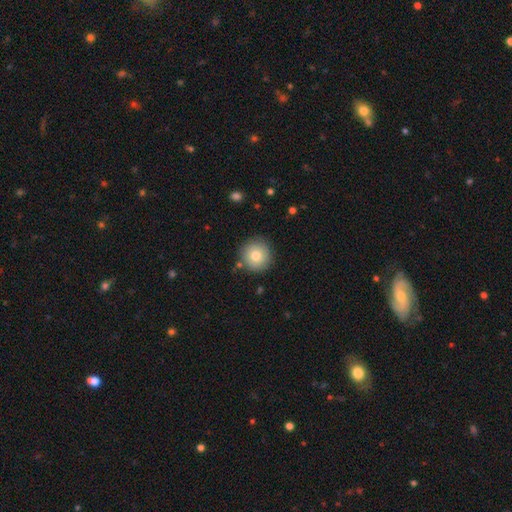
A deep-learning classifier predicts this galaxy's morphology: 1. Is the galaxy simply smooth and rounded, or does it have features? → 78% smooth, 13% featured or disk, 9% star or artifact.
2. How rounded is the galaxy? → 95% round, 4% in between, 1% cigar-shaped.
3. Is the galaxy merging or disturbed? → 86% none, 9% minor disturbance, 3% merger, 2% major disturbance.